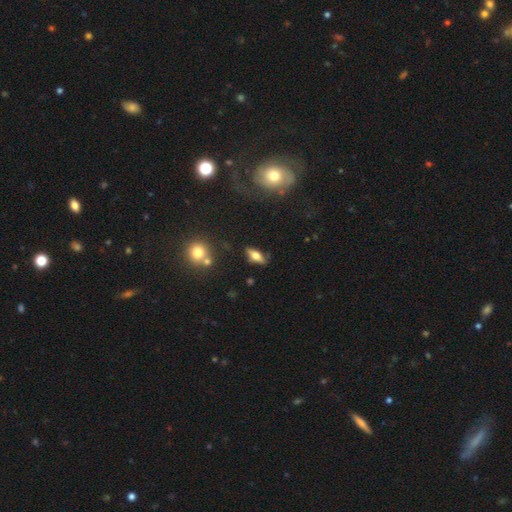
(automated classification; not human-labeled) Morphology: type=smooth (54%); roundness=in between (71%); merging=none (79%).